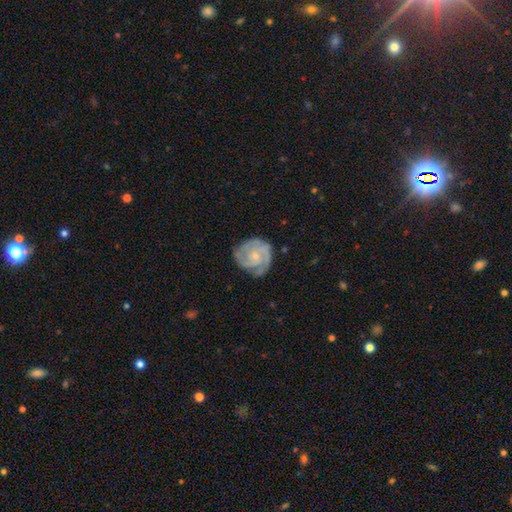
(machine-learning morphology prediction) Smooth or featured: featured or disk — 79% (smooth — 16%)
Edge-on disk: no — 98% (yes — 2%)
Bar: no — 76% (weak — 21%)
Spiral arms: yes — 94% (no — 6%)
Spiral winding: tight — 56% (medium — 35%)
Spiral arm count: 3 — 38% (2 — 25%)
Bulge size: small — 65% (moderate — 29%)
Merging: none — 68% (minor disturbance — 22%)